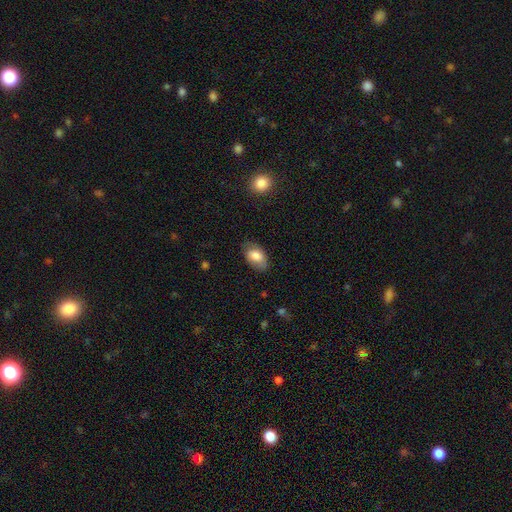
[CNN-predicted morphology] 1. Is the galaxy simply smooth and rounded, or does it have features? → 78% smooth, 15% featured or disk, 7% star or artifact.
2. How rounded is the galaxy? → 90% in between, 8% round, 1% cigar-shaped.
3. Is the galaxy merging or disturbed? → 69% none, 24% minor disturbance, 6% major disturbance, 1% merger.